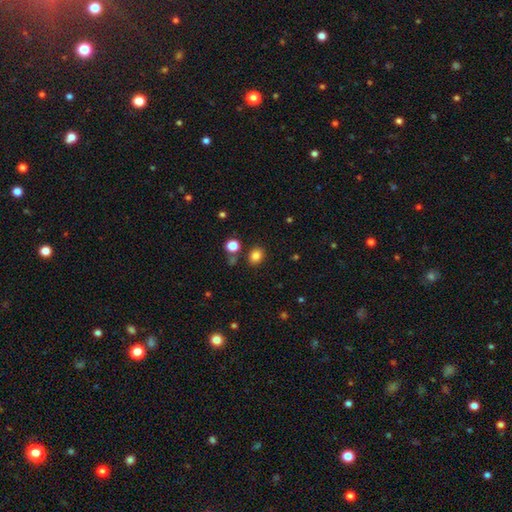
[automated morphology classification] Smooth or featured?
  - smooth: 83% *
  - star or artifact: 13%
  - featured or disk: 5%
How rounded?
  - in between: 50% *
  - round: 49%
  - cigar-shaped: 1%
Merging?
  - none: 82% *
  - minor disturbance: 9%
  - merger: 5%
  - major disturbance: 3%